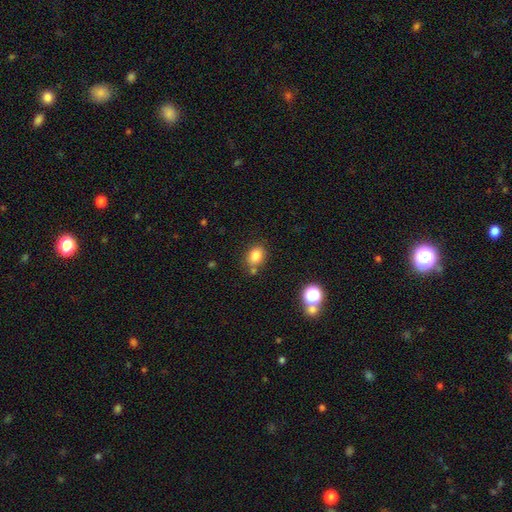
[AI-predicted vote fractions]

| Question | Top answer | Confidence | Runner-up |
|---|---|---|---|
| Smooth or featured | smooth | 81% | star or artifact (11%) |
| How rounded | in between | 61% | round (38%) |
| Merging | none | 70% | minor disturbance (14%) |